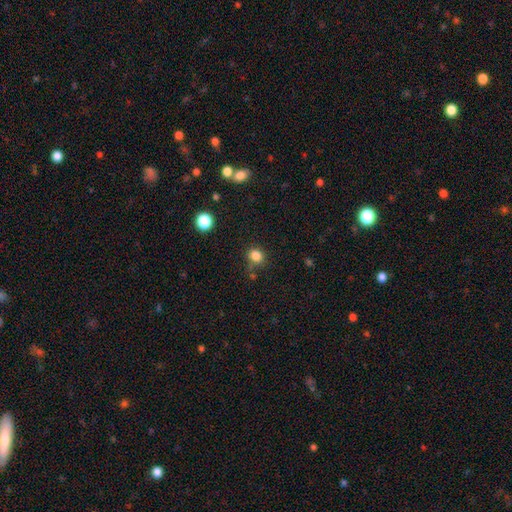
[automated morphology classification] This appears to be a smooth galaxy with no disk features (82%) that is round (76%). Merging: none (74%).